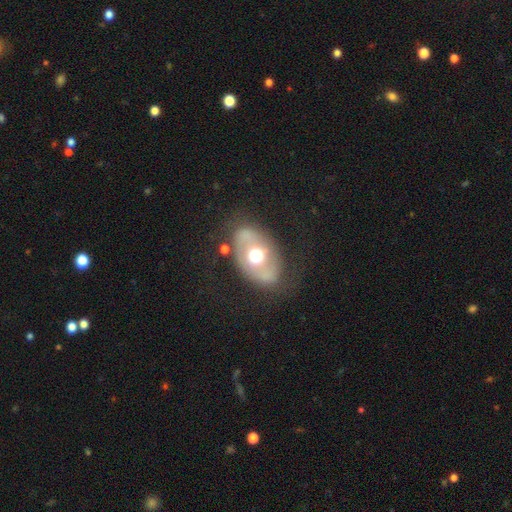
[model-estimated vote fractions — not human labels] Smooth or featured?
  - featured or disk: 58% *
  - smooth: 35%
  - star or artifact: 7%
Edge-on disk?
  - no: 92% *
  - yes: 8%
Bar?
  - no: 67% *
  - weak: 21%
  - strong: 12%
Spiral arms?
  - no: 69% *
  - yes: 31%
Bulge size?
  - moderate: 61% *
  - large: 32%
  - small: 3%
  - dominant: 3%
  - none: 1%
Merging?
  - none: 67% *
  - minor disturbance: 19%
  - major disturbance: 11%
  - merger: 3%